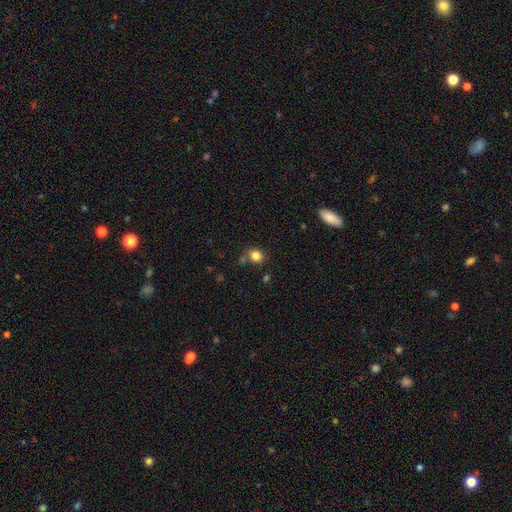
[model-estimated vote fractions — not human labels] smooth-or-featured: smooth: 83% | star or artifact: 12% | featured or disk: 5%
  how-rounded: round: 70% | in between: 29% | cigar-shaped: 1%
  merging: none: 74% | minor disturbance: 12% | merger: 10% | major disturbance: 4%